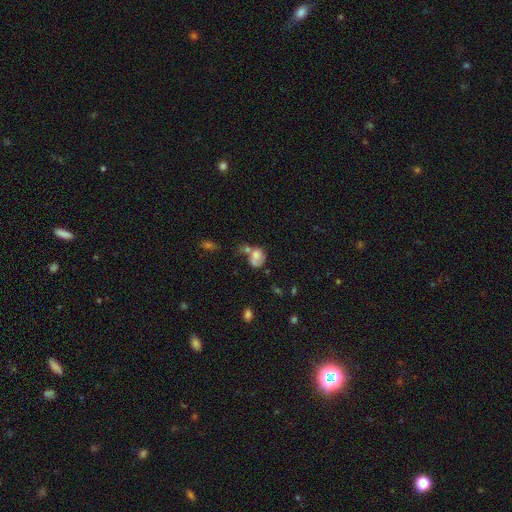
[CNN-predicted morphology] This appears to be a smooth galaxy with no disk features (63%) that is in between round and cigar-shaped (54%). Merging: merger (43%).